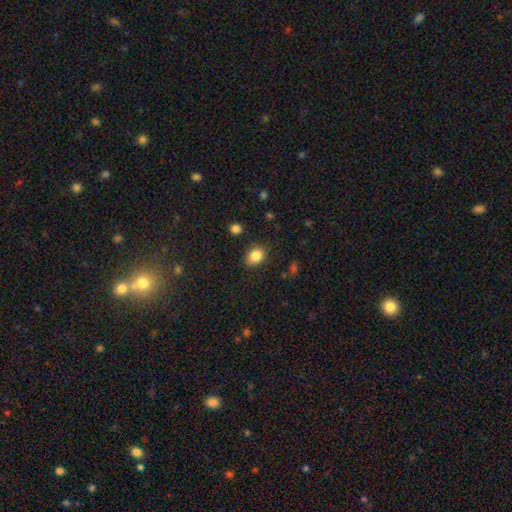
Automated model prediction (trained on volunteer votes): A smooth galaxy with no disk features (86%) that is in between round and cigar-shaped (61%). Merging: none (81%).